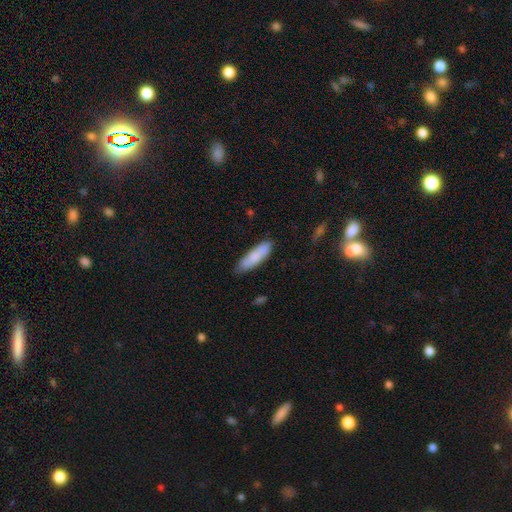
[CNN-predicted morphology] This appears to be a smooth galaxy with no disk features (80%) that is cigar-shaped (55%). Merging: none (78%).